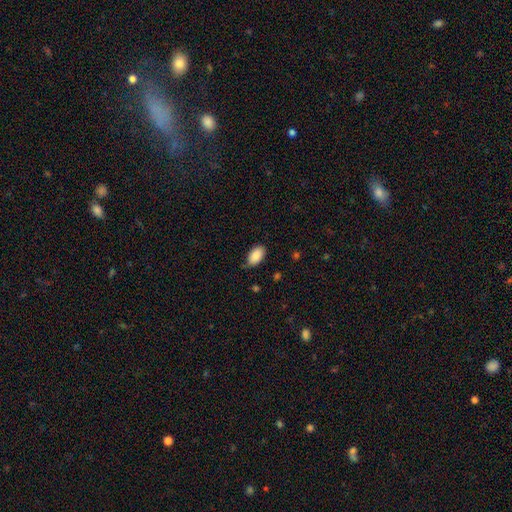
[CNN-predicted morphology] This is clearly a smooth galaxy (88%). How rounded: clearly in between (95%). Merging: likely none (78%).